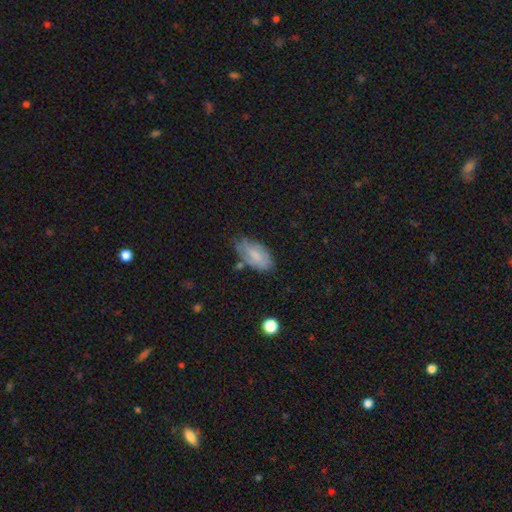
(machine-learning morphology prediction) This appears to be a smooth galaxy with no disk features (66%) that is in between round and cigar-shaped (92%). Merging: none (59%).